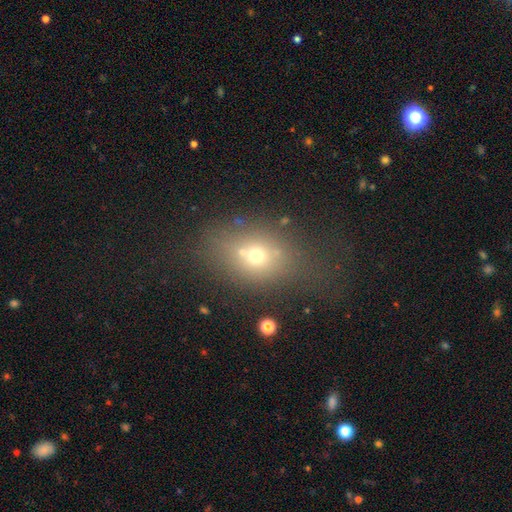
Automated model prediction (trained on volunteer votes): smooth-or-featured: smooth: 61% | star or artifact: 20% | featured or disk: 19%
  how-rounded: in between: 55% | round: 43% | cigar-shaped: 2%
  merging: none: 51% | minor disturbance: 18% | merger: 17% | major disturbance: 14%